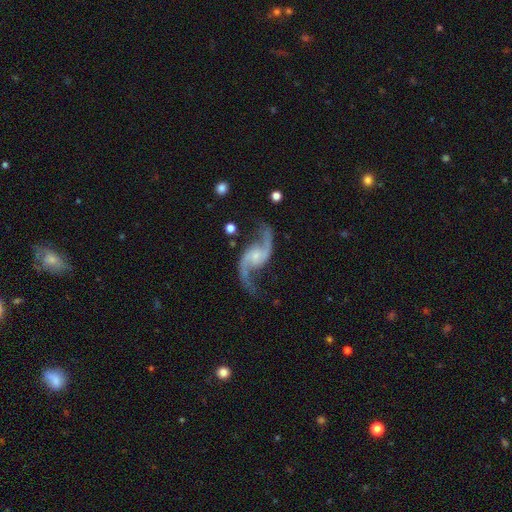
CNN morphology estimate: featured or disk 92%, star or artifact 4%, smooth 3%. Down the decision tree: edge-on disk — no (97%); bar — no (58%); spiral arms — yes (98%); spiral arm count — 2 (94%); spiral winding — loose (78%); bulge size — small (59%); merging — none (77%).